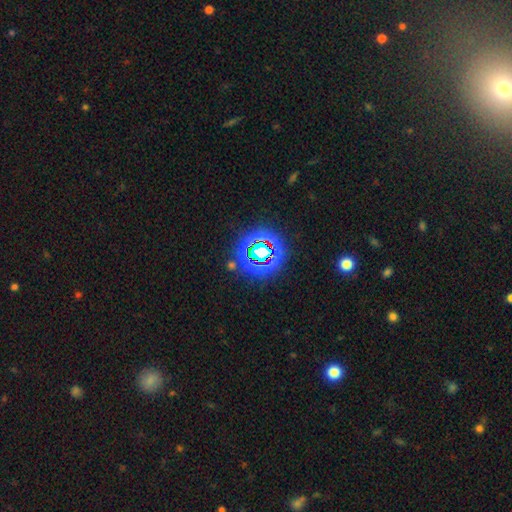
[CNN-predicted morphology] This appears to be a star or artifact, not a galaxy (74%).